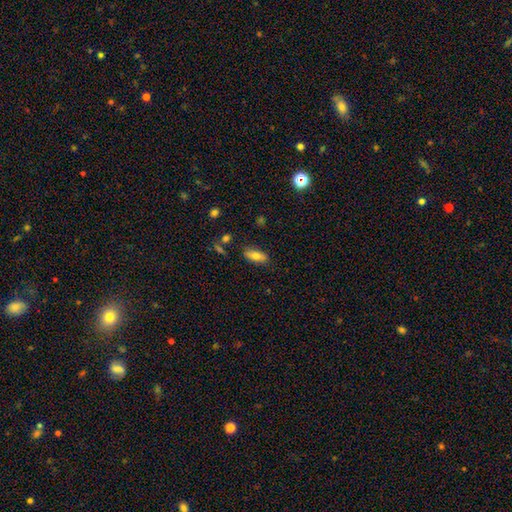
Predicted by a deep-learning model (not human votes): Smooth or featured: smooth — 77% (featured or disk — 15%)
How rounded: in between — 83% (cigar-shaped — 14%)
Merging: none — 82% (minor disturbance — 13%)